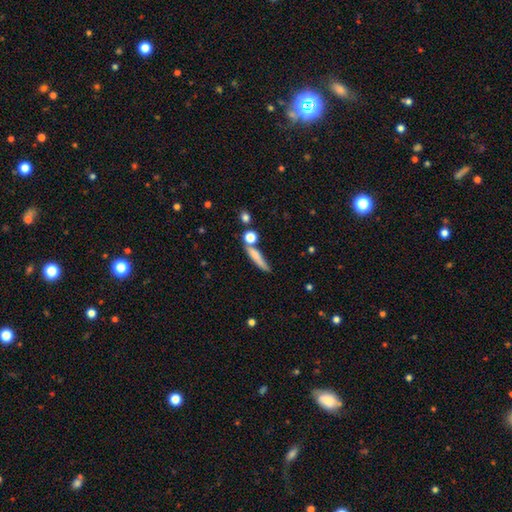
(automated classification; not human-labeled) smooth-or-featured: smooth: 69% | featured or disk: 22% | star or artifact: 9%
  how-rounded: cigar-shaped: 80% | in between: 13% | round: 6%
  merging: none: 61% | minor disturbance: 16% | merger: 16% | major disturbance: 7%